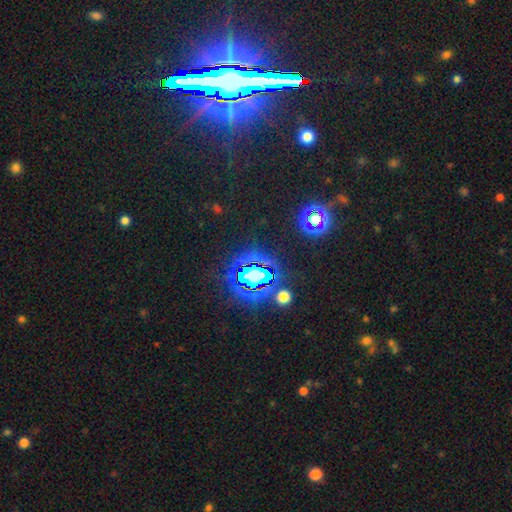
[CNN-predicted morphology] type=star or artifact (82%).